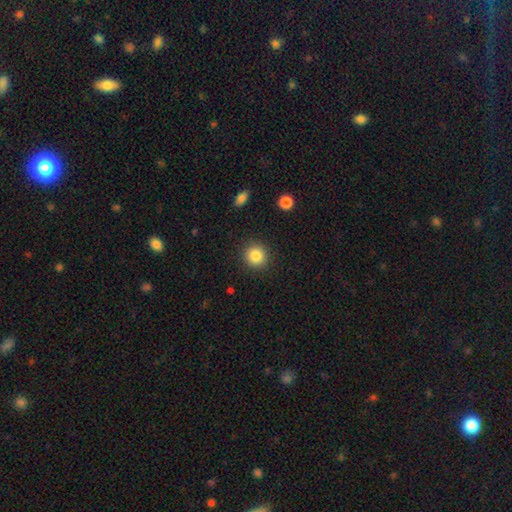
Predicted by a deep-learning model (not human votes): smooth-or-featured: smooth: 85% | star or artifact: 9% | featured or disk: 5%
  how-rounded: round: 91% | in between: 8% | cigar-shaped: 1%
  merging: none: 91% | minor disturbance: 6% | major disturbance: 2% | merger: 1%